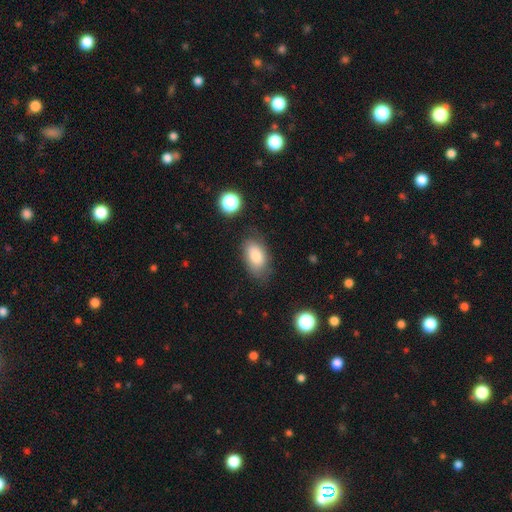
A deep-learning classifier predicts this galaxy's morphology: smooth 80%, featured or disk 12%, star or artifact 8%. Down the decision tree: how rounded — in between (92%); merging — none (73%).